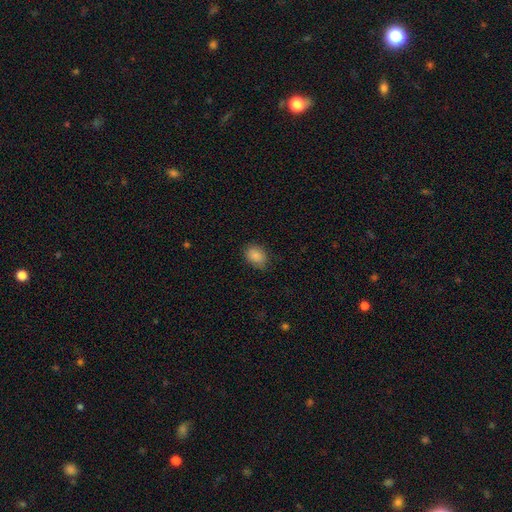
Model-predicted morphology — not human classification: smooth-or-featured: smooth: 87% | star or artifact: 8% | featured or disk: 5%
  how-rounded: in between: 69% | round: 30% | cigar-shaped: 1%
  merging: none: 79% | minor disturbance: 16% | major disturbance: 4% | merger: 1%